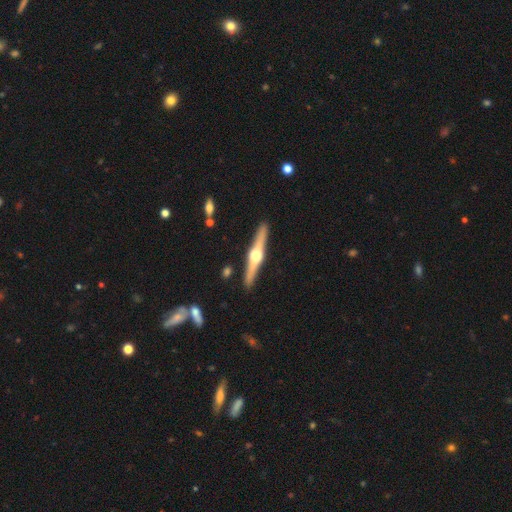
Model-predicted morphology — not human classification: A featured or disk galaxy (80%) viewed edge-on (98%) with a rounded central bulge (96%).

Vote fractions:
- Smooth or featured? featured or disk: 80% / smooth: 15% / star or artifact: 5%
- Edge-on disk? yes: 98% / no: 2%
- Edge-on bulge? rounded: 96% / boxy: 3% / none: 2%
- Merging? none: 91% / minor disturbance: 6% / merger: 1% / major disturbance: 1%